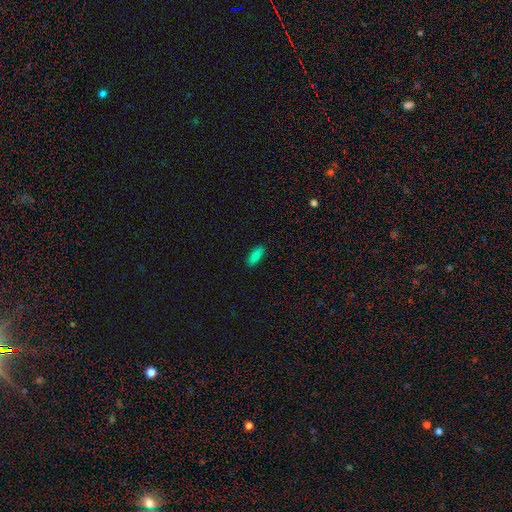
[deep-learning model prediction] Smooth or featured? Predicted: smooth (p=0.86). How rounded? Predicted: in between (p=0.75). Merging? Predicted: none (p=0.89).